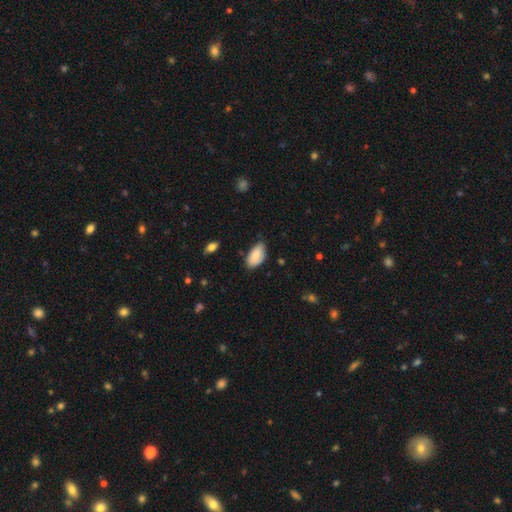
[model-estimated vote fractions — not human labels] A smooth galaxy with no disk features (79%) that is in between round and cigar-shaped (94%). Merging: none (61%).